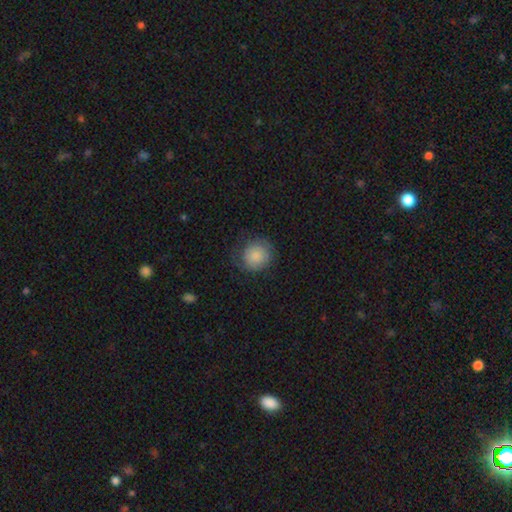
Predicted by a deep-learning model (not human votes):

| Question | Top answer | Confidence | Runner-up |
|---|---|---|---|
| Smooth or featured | smooth | 79% | featured or disk (13%) |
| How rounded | round | 89% | in between (10%) |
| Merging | none | 70% | minor disturbance (19%) |